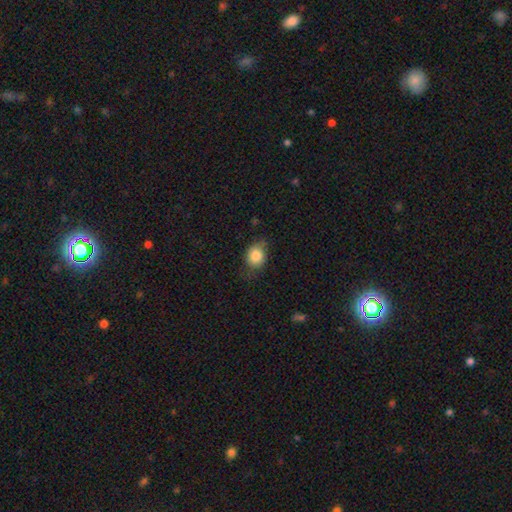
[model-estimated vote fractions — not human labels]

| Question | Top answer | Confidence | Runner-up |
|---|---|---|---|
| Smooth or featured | smooth | 84% | star or artifact (9%) |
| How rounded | round | 61% | in between (38%) |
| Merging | none | 62% | minor disturbance (29%) |